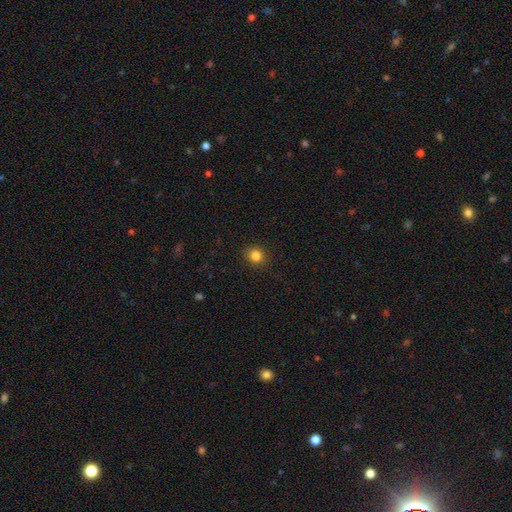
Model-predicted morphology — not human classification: Smooth or featured? smooth (83%)
How rounded? round (87%)
Merging? none (91%)